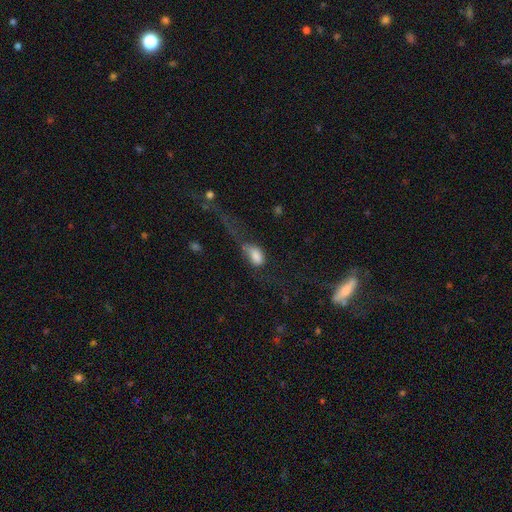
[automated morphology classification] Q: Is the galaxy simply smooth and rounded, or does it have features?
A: smooth — 75%.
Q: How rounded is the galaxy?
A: in between — 89%.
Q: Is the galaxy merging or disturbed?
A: major disturbance — 54%.